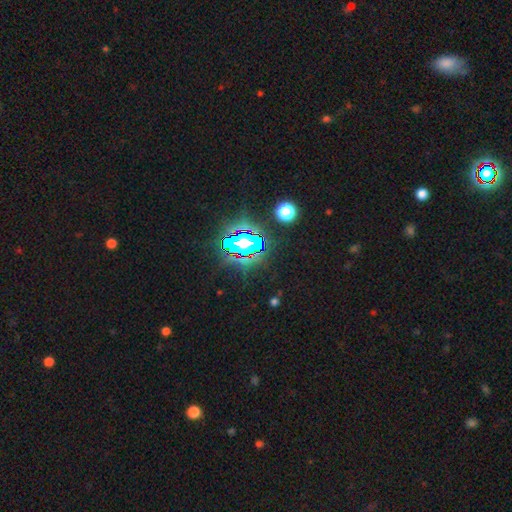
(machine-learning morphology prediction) This appears to be a star or artifact, not a galaxy (67%).